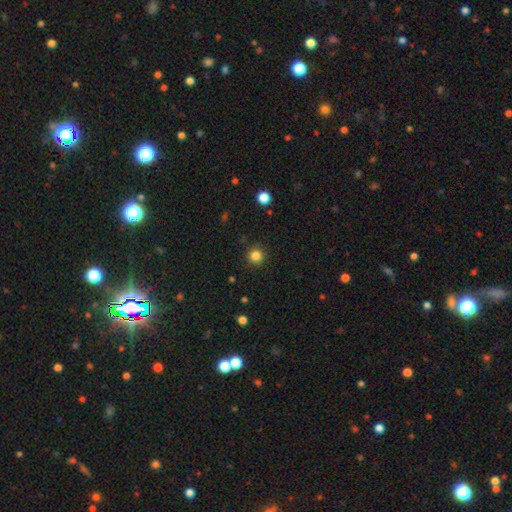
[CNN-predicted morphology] type=smooth (84%); roundness=round (95%); merging=none (91%).